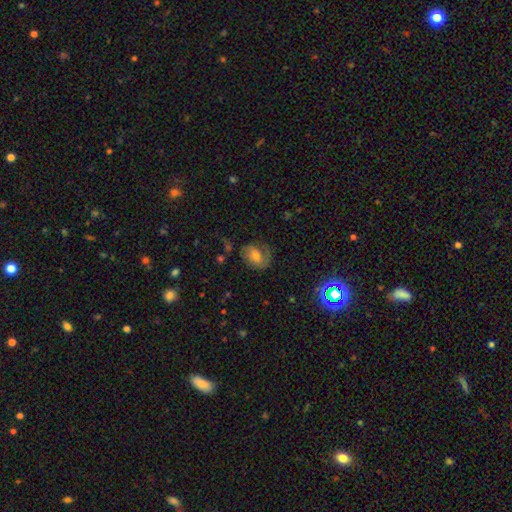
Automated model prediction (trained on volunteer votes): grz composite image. It shows a featured or disk galaxy (53%) with no bar (52%), spiral arms (85%) and a moderate central bulge (53%). Merging: none (59%).